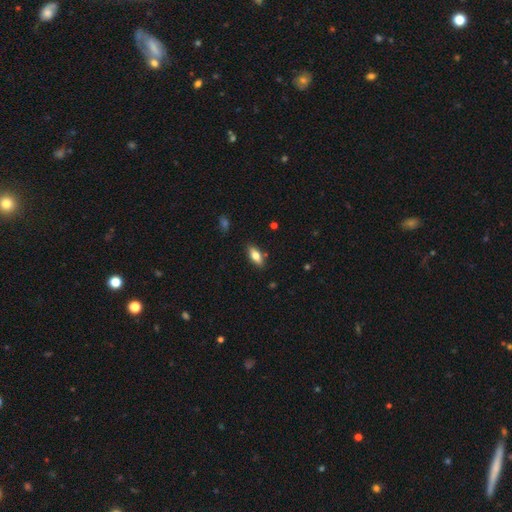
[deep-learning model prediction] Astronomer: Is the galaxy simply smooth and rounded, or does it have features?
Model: smooth — 70%.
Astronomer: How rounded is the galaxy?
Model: in between — 78%.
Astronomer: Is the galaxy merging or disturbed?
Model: none — 85%.